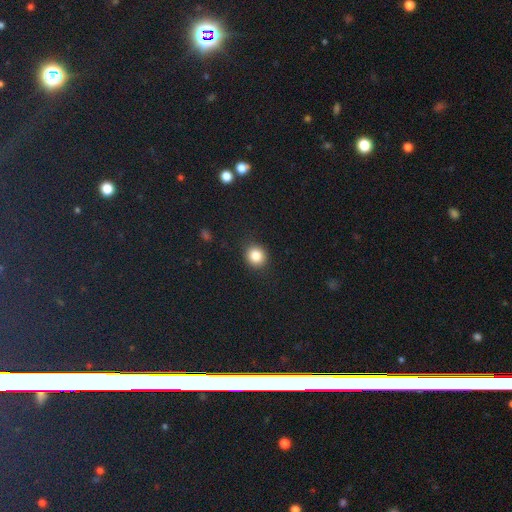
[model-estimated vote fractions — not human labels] Smooth or featured: smooth — 84% (star or artifact — 11%)
How rounded: round — 83% (in between — 16%)
Merging: none — 88% (minor disturbance — 8%)